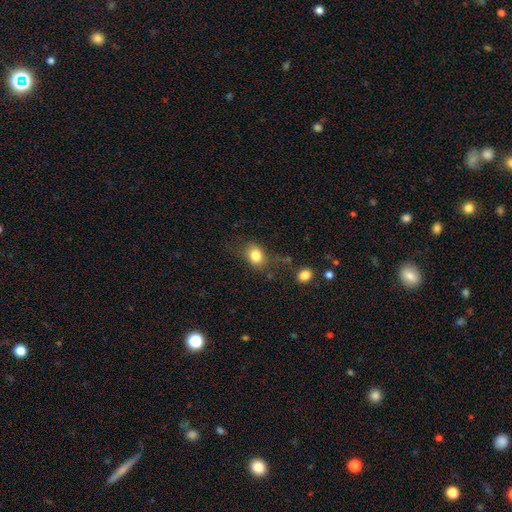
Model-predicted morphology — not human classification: smooth 81%, star or artifact 10%, featured or disk 9%. Down the decision tree: how rounded — round (50%); merging — none (65%).